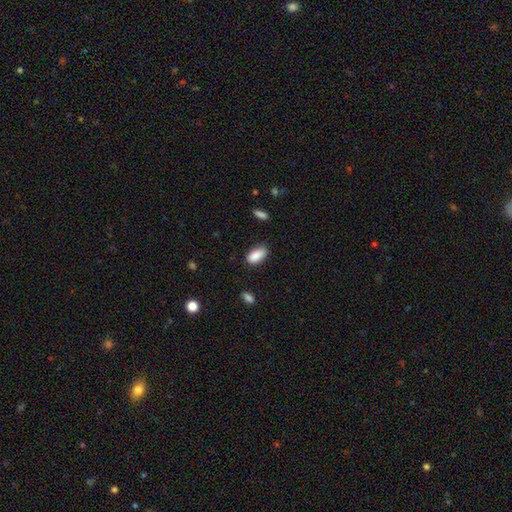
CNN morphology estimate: A smooth galaxy with no disk features (88%) that is in between round and cigar-shaped (90%). Merging: none (76%).